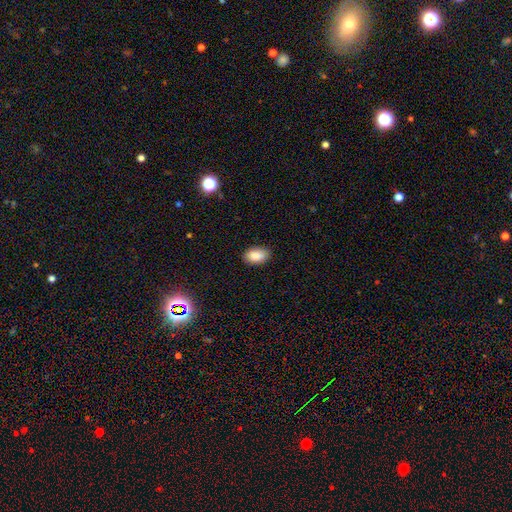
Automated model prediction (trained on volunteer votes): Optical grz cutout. It shows a smooth galaxy with no disk features (89%) that is in between round and cigar-shaped (92%). Merging: none (86%).